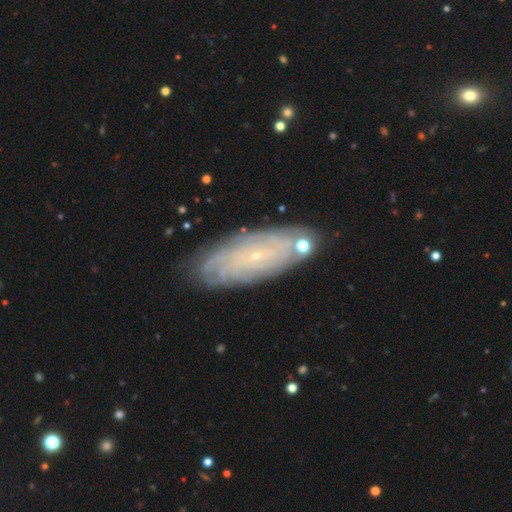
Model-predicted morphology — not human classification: Overall: featured or disk (74%). Edge-on disk: no (87%). Bar: no (82%). Spiral arms: yes (88%). Spiral arm count: can't tell (57%). Spiral winding: tight (79%). Bulge size: small (90%). Merging: none (82%).